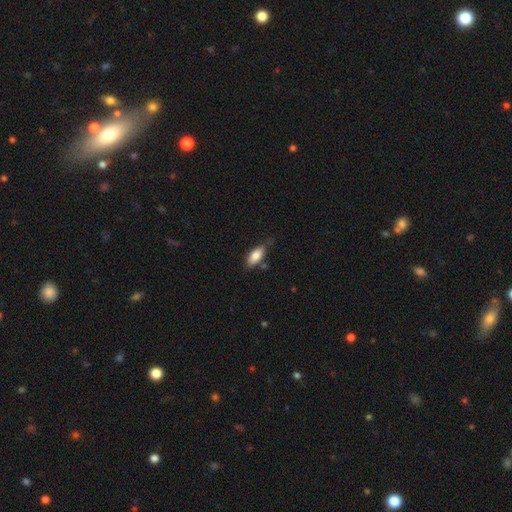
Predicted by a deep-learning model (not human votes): Smooth or featured? Predicted: smooth (p=0.83). How rounded? Predicted: in between (p=0.82). Merging? Predicted: none (p=0.64).